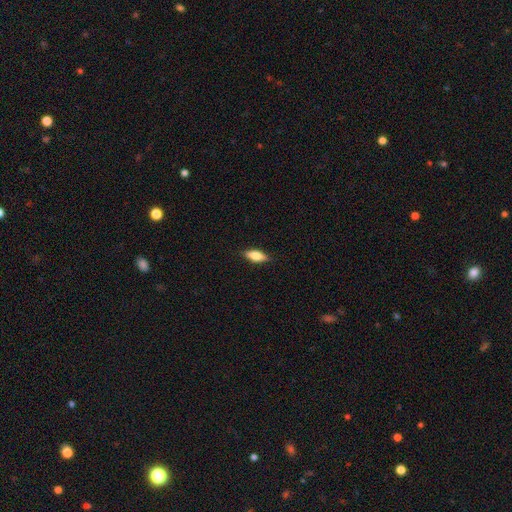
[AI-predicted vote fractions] This is likely a smooth galaxy (72%). How rounded: likely in between (73%). Merging: clearly none (86%).